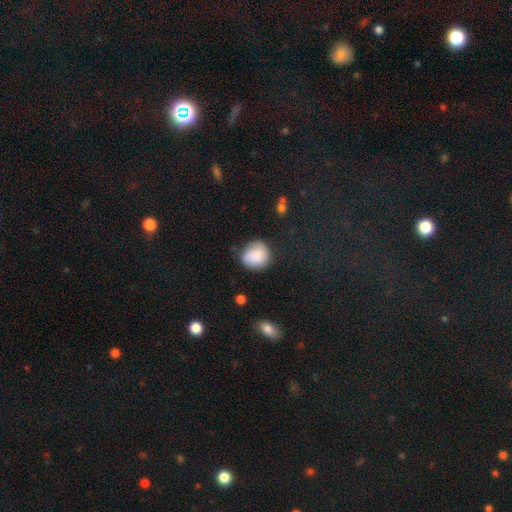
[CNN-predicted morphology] Smooth or featured? smooth (81%)
How rounded? round (82%)
Merging? none (69%)